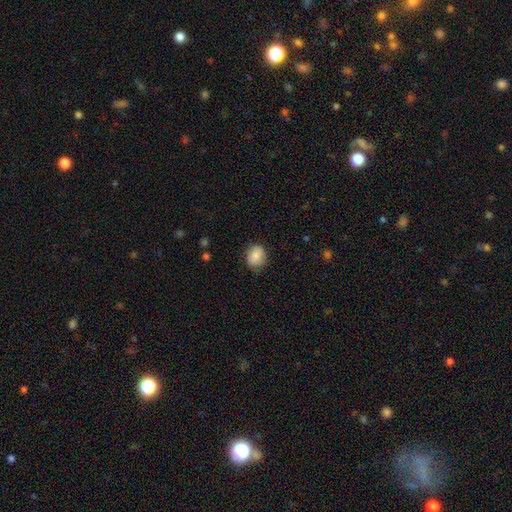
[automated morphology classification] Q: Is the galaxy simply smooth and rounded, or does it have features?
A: smooth — 83%.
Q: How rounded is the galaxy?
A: round — 66%.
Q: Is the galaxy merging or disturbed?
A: none — 75%.